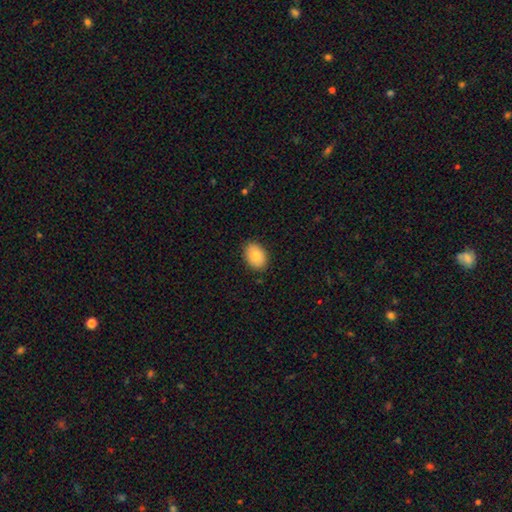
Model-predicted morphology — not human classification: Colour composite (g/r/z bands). It shows a smooth galaxy with no disk features (82%) that is in between round and cigar-shaped (80%). Merging: none (87%).